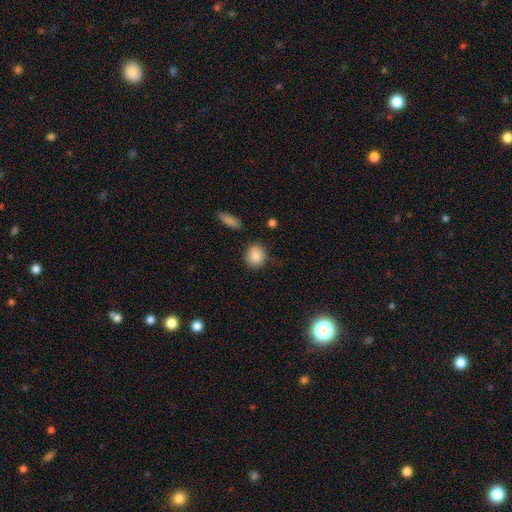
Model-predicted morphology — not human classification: Overall: smooth (87%). How rounded: round (77%). Merging: none (81%).